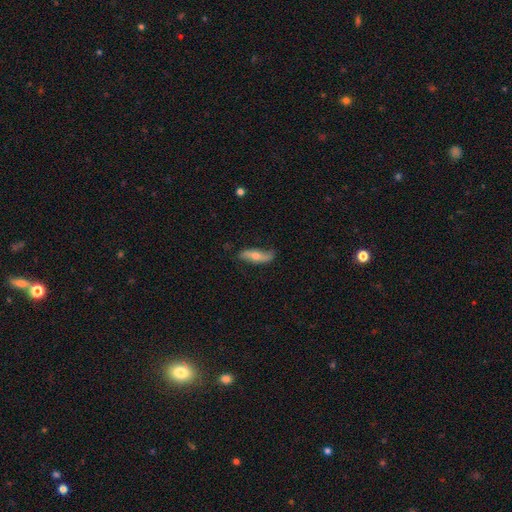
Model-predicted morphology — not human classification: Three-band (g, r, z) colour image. It shows a featured or disk galaxy (49%). Merging: none (74%).